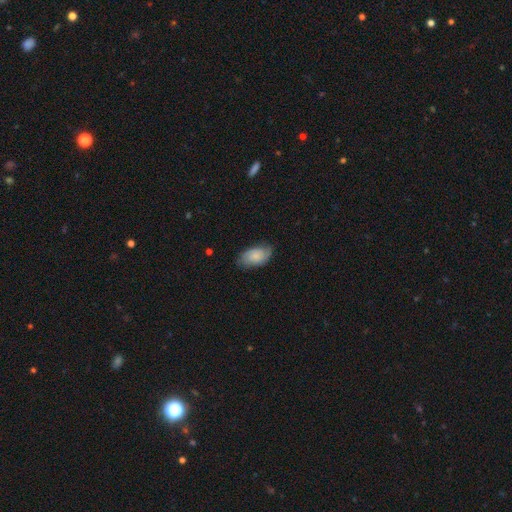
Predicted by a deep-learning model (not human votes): This is likely a smooth galaxy (62%). How rounded: clearly in between (93%). Merging: likely none (69%).